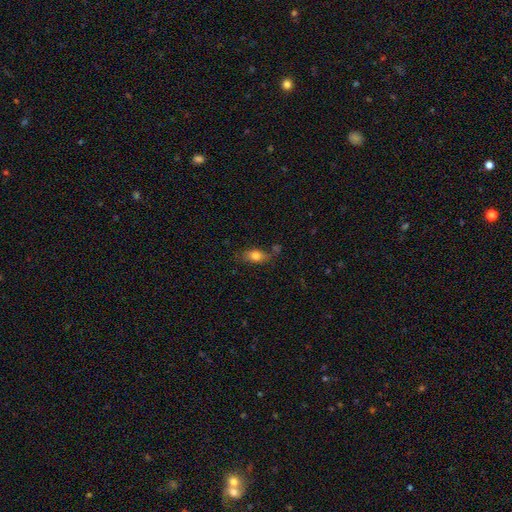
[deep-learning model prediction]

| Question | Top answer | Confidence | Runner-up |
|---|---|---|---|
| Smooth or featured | smooth | 78% | featured or disk (14%) |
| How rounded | in between | 80% | round (10%) |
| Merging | none | 68% | minor disturbance (19%) |